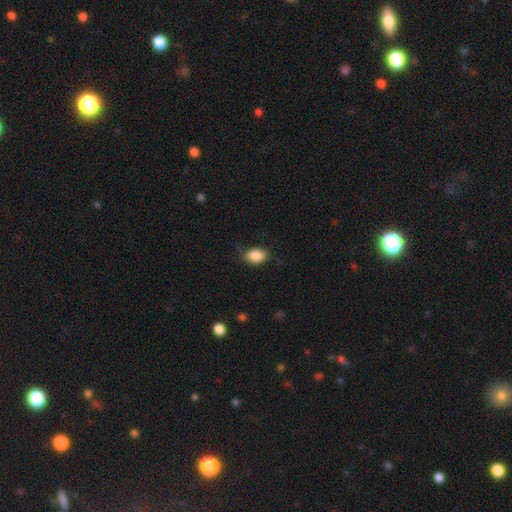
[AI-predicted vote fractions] A smooth galaxy with no disk features (87%) that is in between round and cigar-shaped (79%). Merging: none (76%).